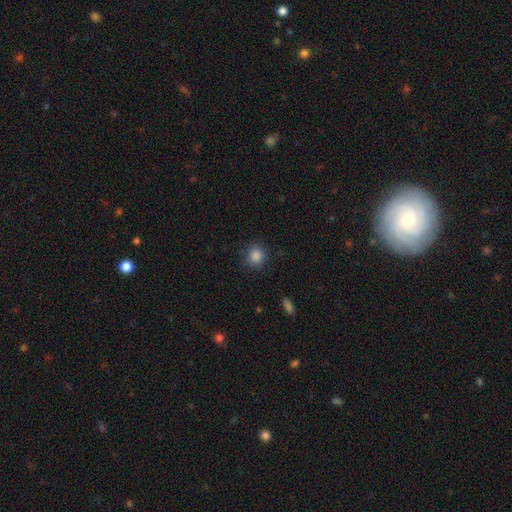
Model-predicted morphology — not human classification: Q: Smooth or featured?
A: smooth (87%); runner-up: star or artifact (10%)
Q: How rounded?
A: round (88%); runner-up: in between (11%)
Q: Merging?
A: none (86%); runner-up: minor disturbance (10%)